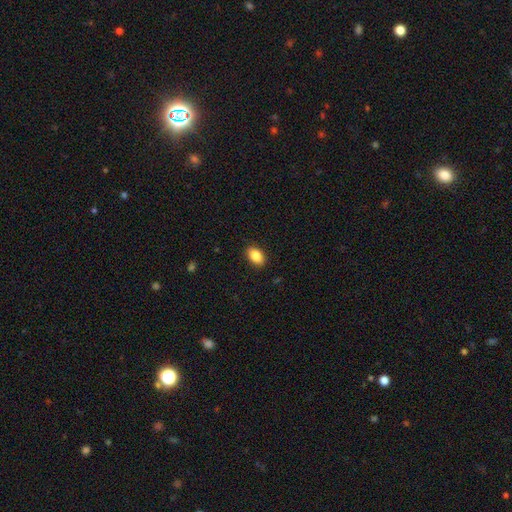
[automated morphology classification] smooth 87%, star or artifact 8%, featured or disk 5%. Down the decision tree: how rounded — in between (89%); merging — none (89%).